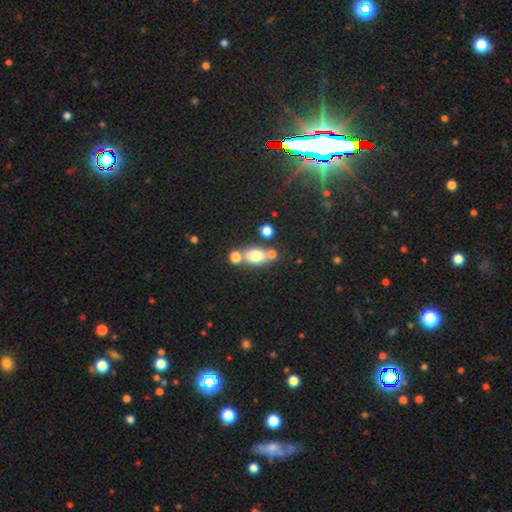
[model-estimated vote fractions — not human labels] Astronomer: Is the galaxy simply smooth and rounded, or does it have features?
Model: smooth — 72%.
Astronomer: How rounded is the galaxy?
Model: in between — 64%.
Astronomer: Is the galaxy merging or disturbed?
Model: none — 52% (runner-up: merger, 32%).